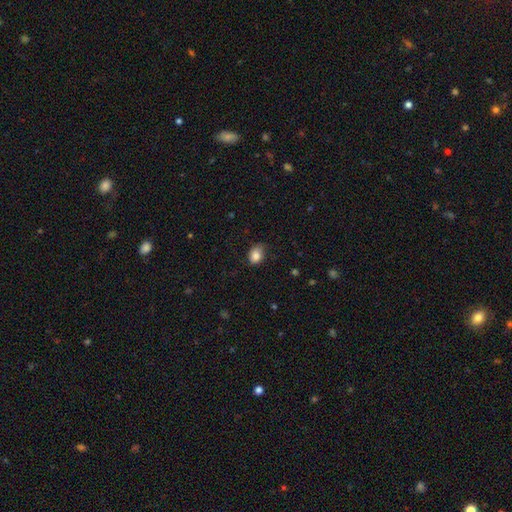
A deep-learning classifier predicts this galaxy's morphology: smooth-or-featured: smooth: 84% | star or artifact: 9% | featured or disk: 7%
  how-rounded: in between: 70% | round: 29% | cigar-shaped: 1%
  merging: none: 67% | minor disturbance: 27% | major disturbance: 6% | merger: 1%